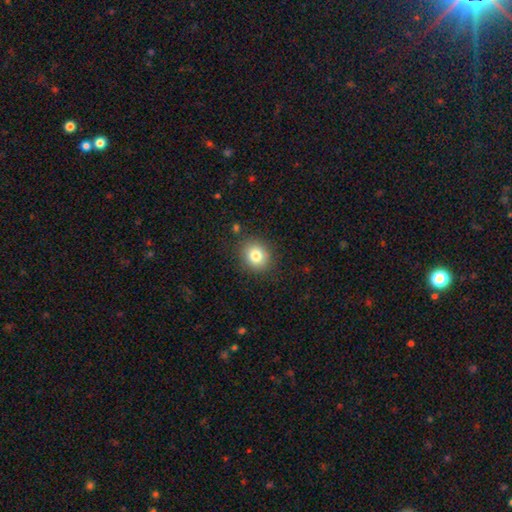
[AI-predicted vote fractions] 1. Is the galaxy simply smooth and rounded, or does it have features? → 81% smooth, 11% star or artifact, 8% featured or disk.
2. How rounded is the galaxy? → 68% round, 31% in between, 1% cigar-shaped.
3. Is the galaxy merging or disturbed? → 86% none, 9% minor disturbance, 3% major disturbance, 2% merger.